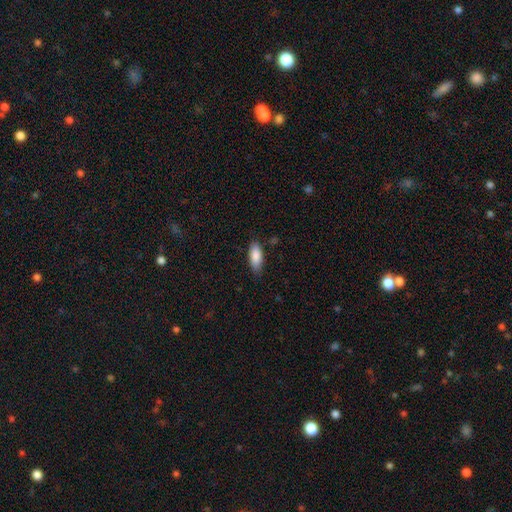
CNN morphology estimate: Q: Smooth or featured?
A: smooth (87%); runner-up: featured or disk (6%)
Q: How rounded?
A: in between (82%); runner-up: cigar-shaped (16%)
Q: Merging?
A: none (79%); runner-up: minor disturbance (17%)